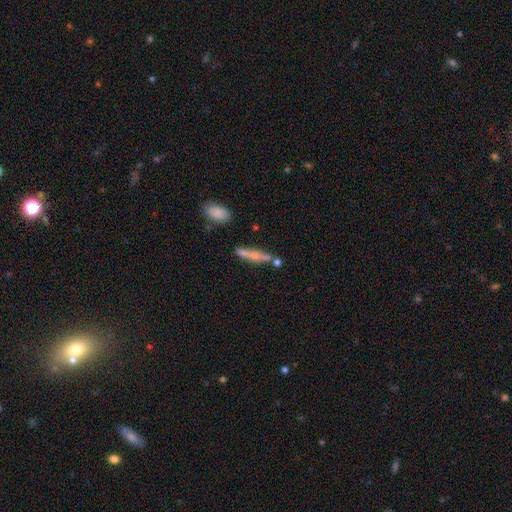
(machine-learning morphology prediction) Smooth or featured? smooth (57%)
How rounded? cigar-shaped (83%)
Merging? none (64%)